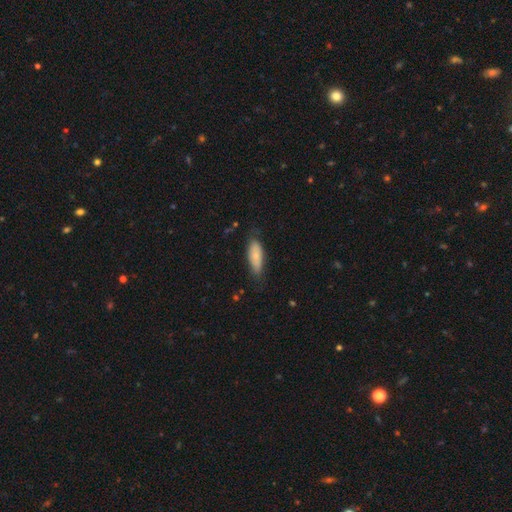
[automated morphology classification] Smooth or featured: smooth — 72% (featured or disk — 21%)
How rounded: in between — 75% (cigar-shaped — 23%)
Merging: none — 65% (minor disturbance — 27%)